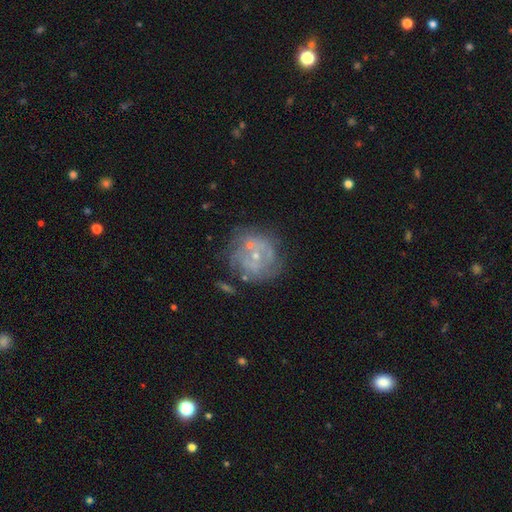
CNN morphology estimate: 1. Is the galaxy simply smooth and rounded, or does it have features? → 69% featured or disk, 21% smooth, 10% star or artifact.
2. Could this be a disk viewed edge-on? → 98% no, 2% yes.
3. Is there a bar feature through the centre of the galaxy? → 74% no, 21% weak, 5% strong.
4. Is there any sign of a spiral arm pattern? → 61% yes, 39% no.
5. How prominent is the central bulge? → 74% small, 20% moderate, 4% none, 1% large, 1% dominant.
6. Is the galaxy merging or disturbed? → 55% none, 20% minor disturbance, 13% merger, 12% major disturbance.